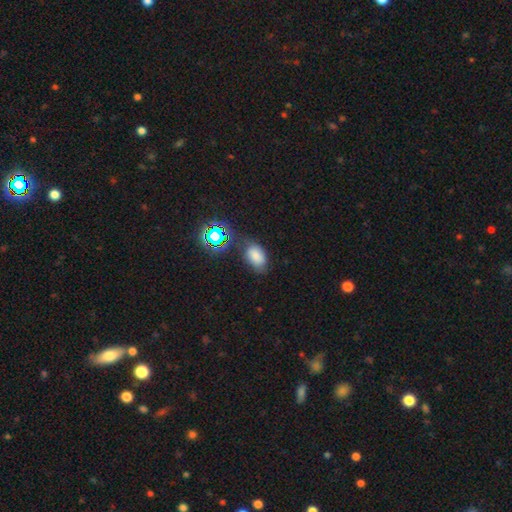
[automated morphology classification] Q: Smooth or featured?
A: smooth (69%); runner-up: star or artifact (21%)
Q: How rounded?
A: in between (87%); runner-up: round (11%)
Q: Merging?
A: none (66%); runner-up: minor disturbance (22%)